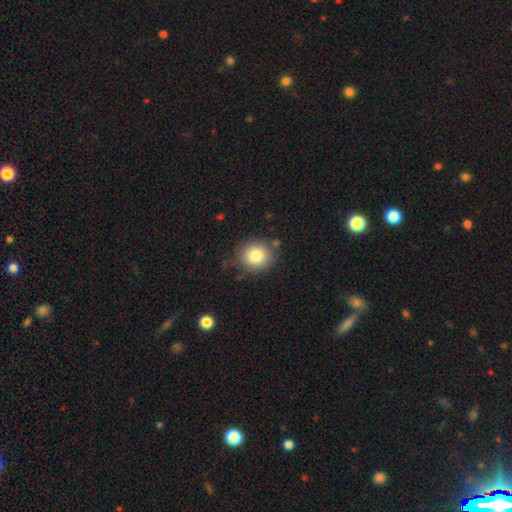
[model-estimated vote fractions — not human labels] Smooth or featured: smooth — 83% (star or artifact — 9%)
How rounded: round — 84% (in between — 15%)
Merging: none — 80% (minor disturbance — 13%)